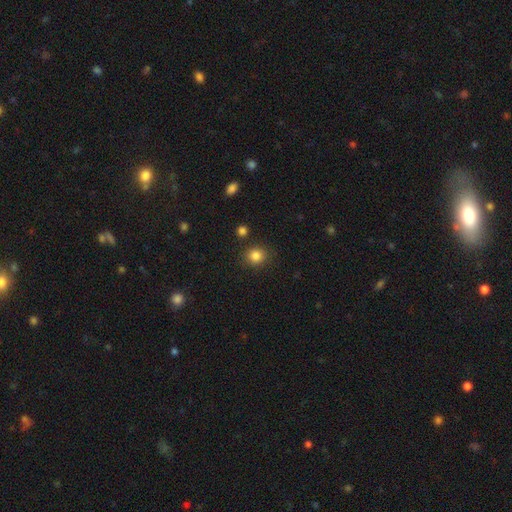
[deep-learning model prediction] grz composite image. It shows a smooth galaxy with no disk features (84%) that is round (85%). Merging: none (86%).